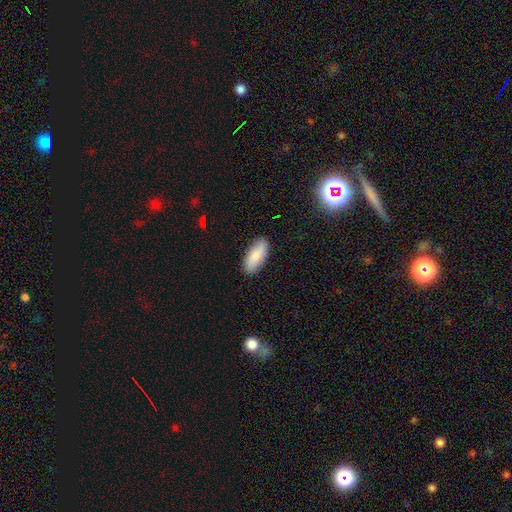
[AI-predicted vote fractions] Smooth or featured: smooth — 82% (featured or disk — 12%)
How rounded: in between — 83% (cigar-shaped — 15%)
Merging: none — 88% (minor disturbance — 9%)